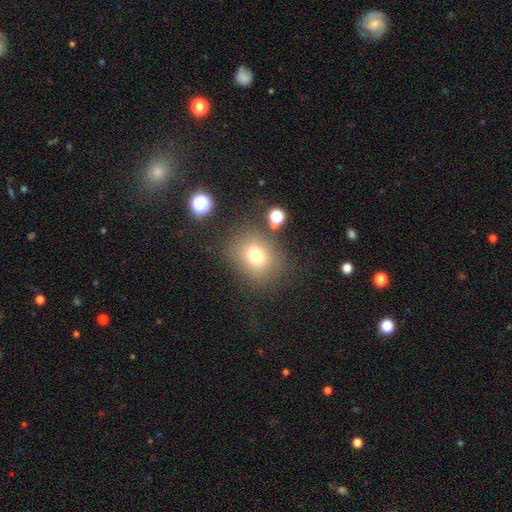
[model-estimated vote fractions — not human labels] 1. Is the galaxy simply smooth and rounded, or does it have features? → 73% smooth, 15% star or artifact, 11% featured or disk.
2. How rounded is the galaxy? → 62% round, 37% in between, 1% cigar-shaped.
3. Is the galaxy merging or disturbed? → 75% none, 14% minor disturbance, 7% major disturbance, 5% merger.